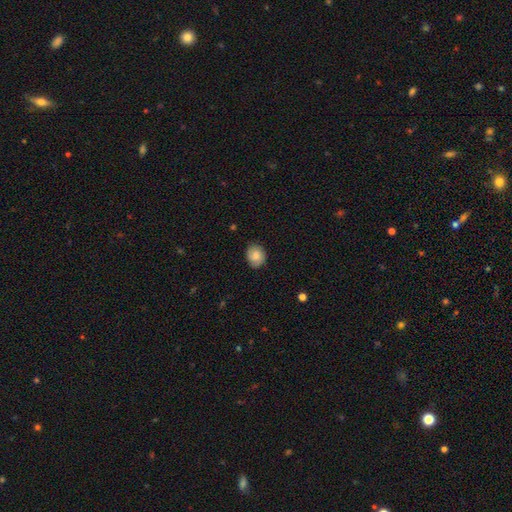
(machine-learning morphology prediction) Smooth or featured?
  - smooth: 81% *
  - featured or disk: 11%
  - star or artifact: 8%
How rounded?
  - round: 60% *
  - in between: 39%
  - cigar-shaped: 1%
Merging?
  - none: 82% *
  - minor disturbance: 15%
  - major disturbance: 3%
  - merger: 1%